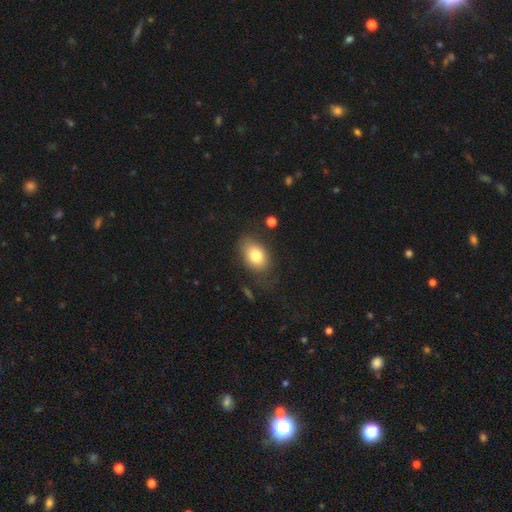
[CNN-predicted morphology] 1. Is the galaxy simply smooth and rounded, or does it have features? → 80% smooth, 12% featured or disk, 8% star or artifact.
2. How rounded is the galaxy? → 82% in between, 17% round, 1% cigar-shaped.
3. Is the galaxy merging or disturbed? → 70% none, 19% minor disturbance, 8% major disturbance, 2% merger.